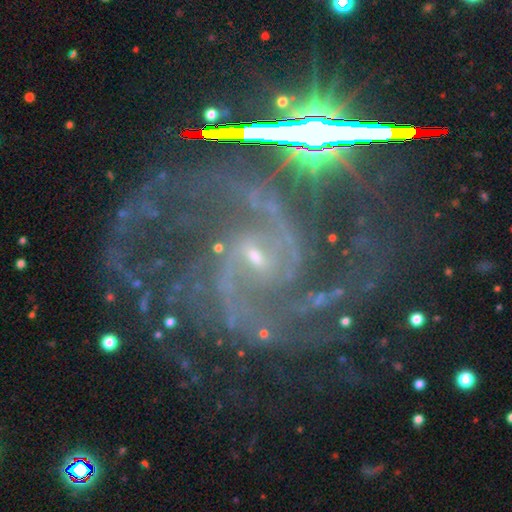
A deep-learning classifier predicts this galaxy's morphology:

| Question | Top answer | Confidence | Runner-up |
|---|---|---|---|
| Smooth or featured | featured or disk | 89% | star or artifact (9%) |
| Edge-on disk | no | 98% | yes (2%) |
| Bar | weak | 40% | no (37%) |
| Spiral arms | yes | 98% | no (2%) |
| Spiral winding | medium | 58% | tight (26%) |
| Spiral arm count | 2 | 67% | 3 (11%) |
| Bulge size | small | 80% | moderate (12%) |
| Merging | none | 59% | minor disturbance (19%) |